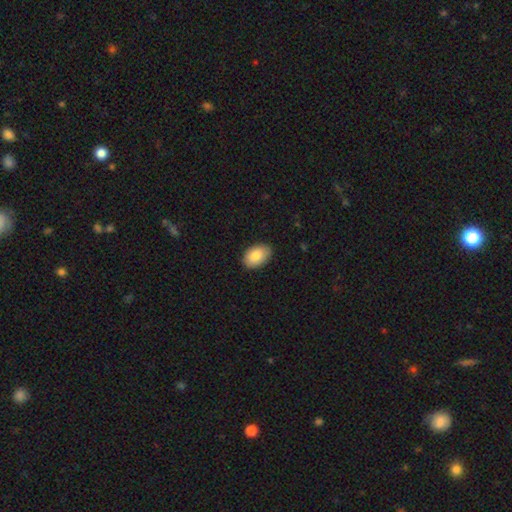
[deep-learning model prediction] Q: Smooth or featured?
A: smooth (85%); runner-up: featured or disk (8%)
Q: How rounded?
A: in between (92%); runner-up: round (7%)
Q: Merging?
A: none (86%); runner-up: minor disturbance (11%)